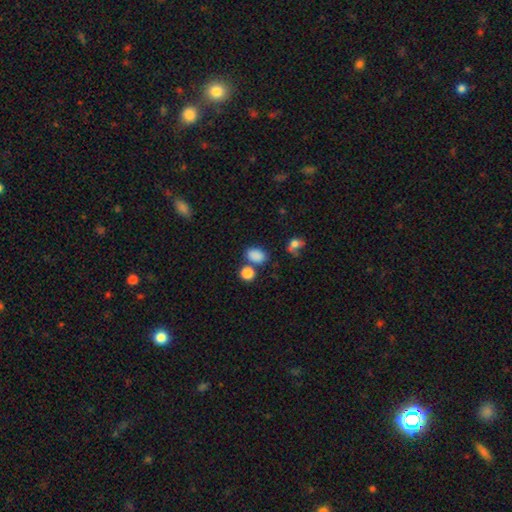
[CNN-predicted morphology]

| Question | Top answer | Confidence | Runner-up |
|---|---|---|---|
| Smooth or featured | smooth | 84% | star or artifact (11%) |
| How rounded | in between | 71% | round (28%) |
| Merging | none | 64% | merger (17%) |